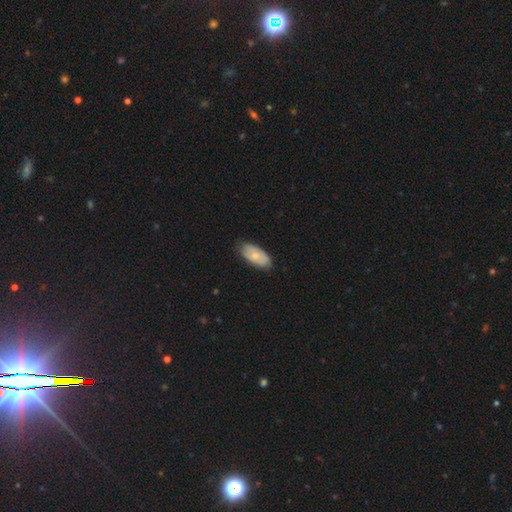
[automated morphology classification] A smooth galaxy with no disk features (63%) that is in between round and cigar-shaped (92%).

Vote fractions:
- Smooth or featured? smooth: 63% / featured or disk: 31% / star or artifact: 6%
- How rounded? in between: 92% / cigar-shaped: 4% / round: 3%
- Merging? none: 80% / minor disturbance: 17% / major disturbance: 2% / merger: 1%